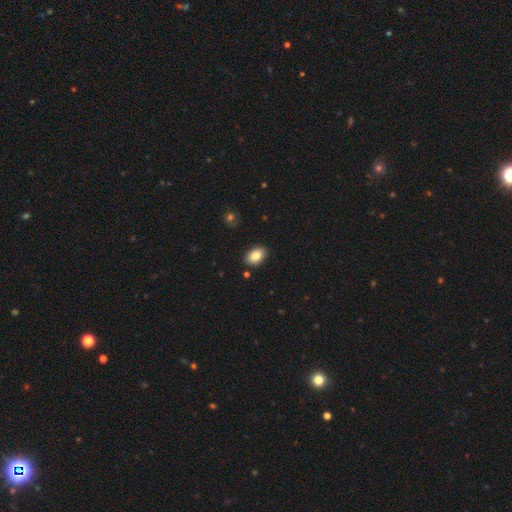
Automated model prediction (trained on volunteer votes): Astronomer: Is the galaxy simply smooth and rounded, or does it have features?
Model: smooth — 85%.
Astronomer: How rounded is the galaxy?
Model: in between — 88%.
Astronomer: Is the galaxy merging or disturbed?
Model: none — 87%.